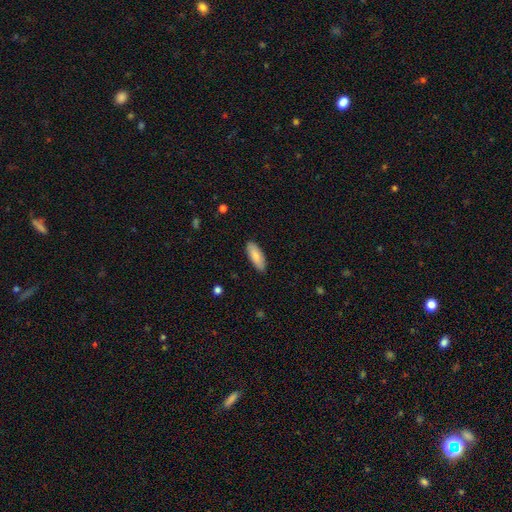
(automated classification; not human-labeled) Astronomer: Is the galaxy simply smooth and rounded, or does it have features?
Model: smooth — 84%.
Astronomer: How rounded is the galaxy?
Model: in between — 72%.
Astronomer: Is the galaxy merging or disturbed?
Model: none — 88%.